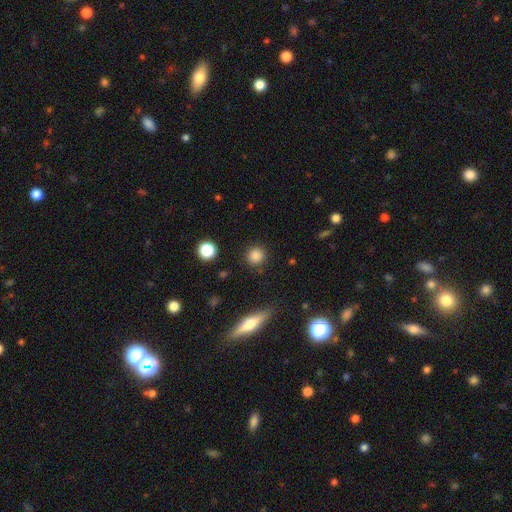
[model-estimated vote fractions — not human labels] Q: Smooth or featured?
A: smooth (85%); runner-up: star or artifact (11%)
Q: How rounded?
A: round (92%); runner-up: in between (7%)
Q: Merging?
A: none (89%); runner-up: minor disturbance (7%)